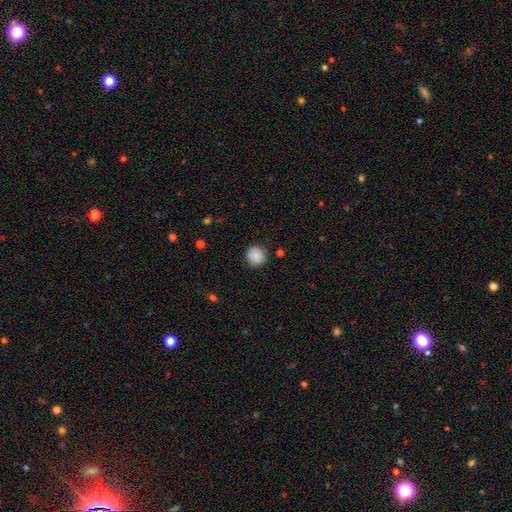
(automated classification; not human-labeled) A smooth galaxy with no disk features (86%) that is round (91%). Merging: none (85%).